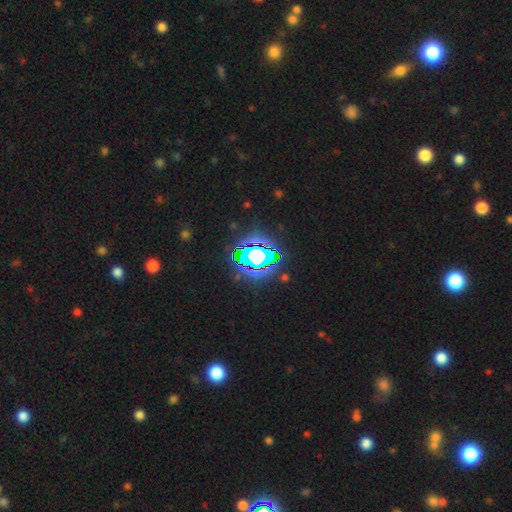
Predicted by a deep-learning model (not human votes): Smooth or featured? Predicted: star or artifact (p=0.75).